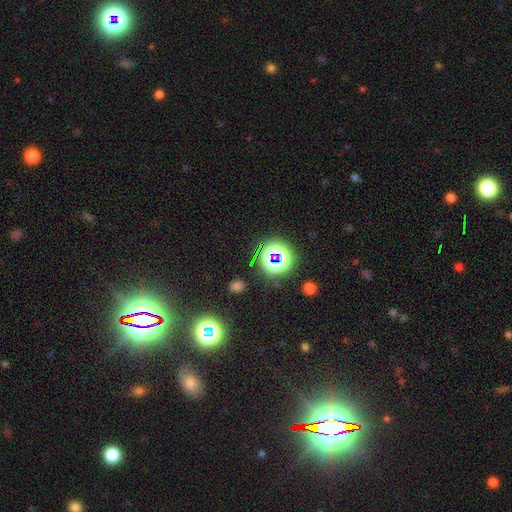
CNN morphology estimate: Smooth or featured? Predicted: star or artifact (p=0.67).